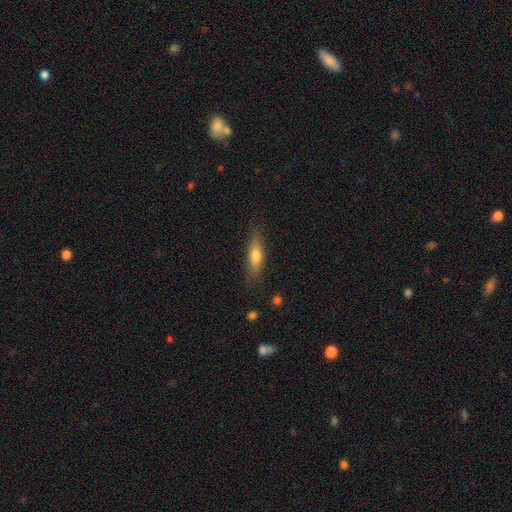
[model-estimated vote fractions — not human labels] smooth_or_featured: smooth (p=0.68) [alt: featured or disk p=0.26]
how_rounded: cigar-shaped (p=0.57) [alt: in between p=0.40]
merging: none (p=0.83) [alt: minor disturbance p=0.12]